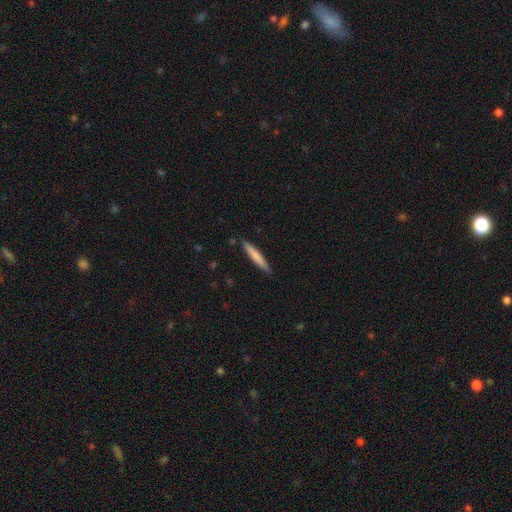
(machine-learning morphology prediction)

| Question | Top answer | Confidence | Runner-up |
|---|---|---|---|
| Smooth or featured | smooth | 73% | featured or disk (22%) |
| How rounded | cigar-shaped | 94% | in between (5%) |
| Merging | none | 88% | minor disturbance (9%) |